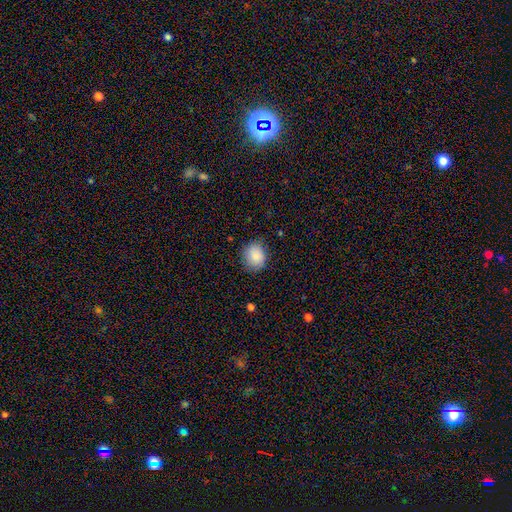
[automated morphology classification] smooth-or-featured: smooth: 87% | star or artifact: 8% | featured or disk: 5%
  how-rounded: round: 66% | in between: 34% | cigar-shaped: 1%
  merging: none: 80% | minor disturbance: 16% | major disturbance: 4% | merger: 1%